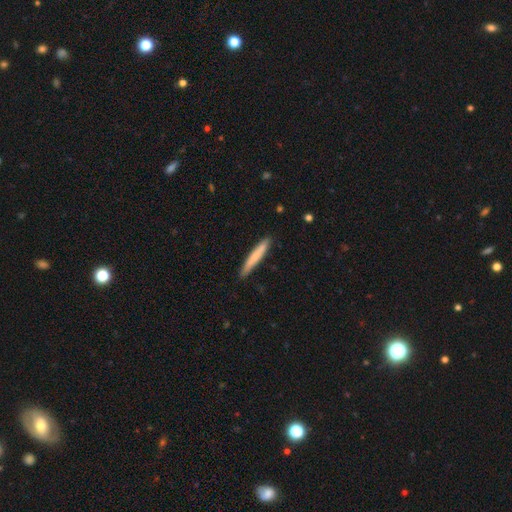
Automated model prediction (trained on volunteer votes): A smooth galaxy with no disk features (74%) that is cigar-shaped (95%). Merging: none (88%).